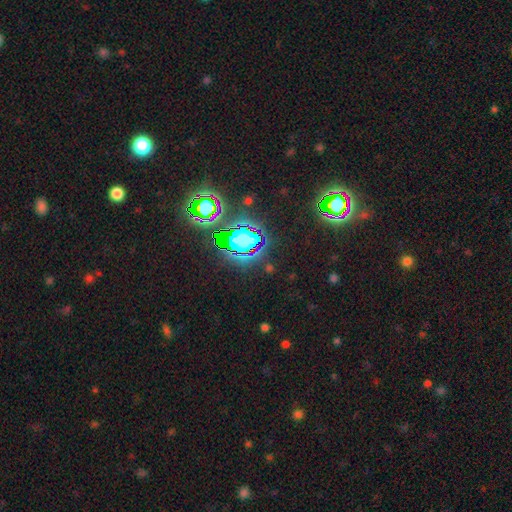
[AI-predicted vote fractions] smooth-or-featured: star or artifact: 81% | smooth: 12% | featured or disk: 8%